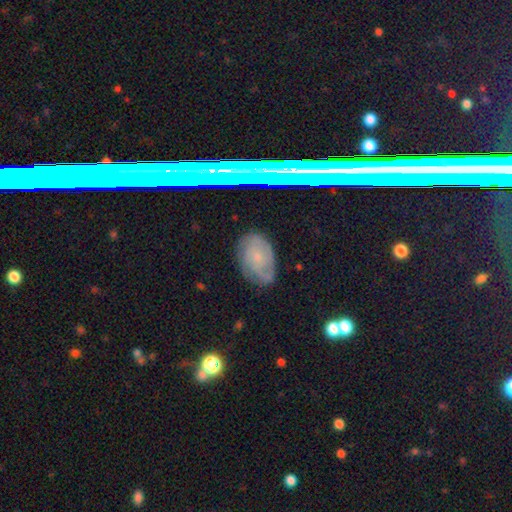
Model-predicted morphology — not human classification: Smooth or featured: smooth — 46% (featured or disk — 38%)
Merging: none — 75% (minor disturbance — 18%)